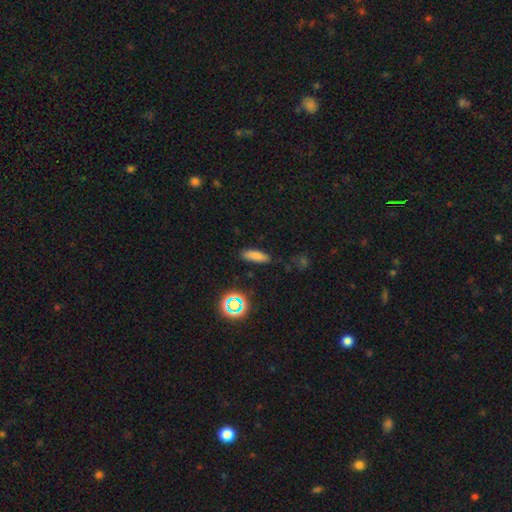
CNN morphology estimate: Smooth or featured?
  - smooth: 77% *
  - star or artifact: 15%
  - featured or disk: 9%
How rounded?
  - cigar-shaped: 50% *
  - in between: 46%
  - round: 3%
Merging?
  - none: 82% *
  - minor disturbance: 13%
  - major disturbance: 4%
  - merger: 2%